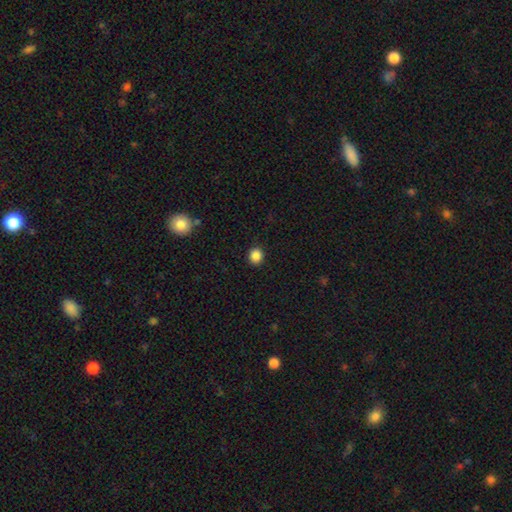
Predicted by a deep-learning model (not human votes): smooth-or-featured: smooth: 87% | star or artifact: 10% | featured or disk: 3%
  how-rounded: round: 83% | in between: 16% | cigar-shaped: 1%
  merging: none: 92% | minor disturbance: 6% | major disturbance: 2% | merger: 1%